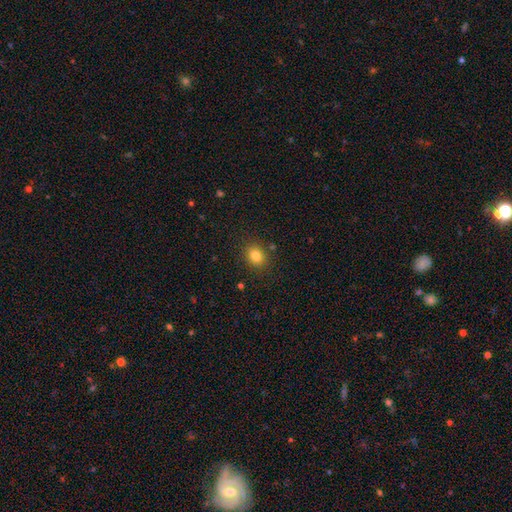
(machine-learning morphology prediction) smooth-or-featured: smooth: 81% | star or artifact: 12% | featured or disk: 7%
  how-rounded: round: 57% | in between: 42% | cigar-shaped: 1%
  merging: none: 87% | minor disturbance: 9% | major disturbance: 3% | merger: 2%